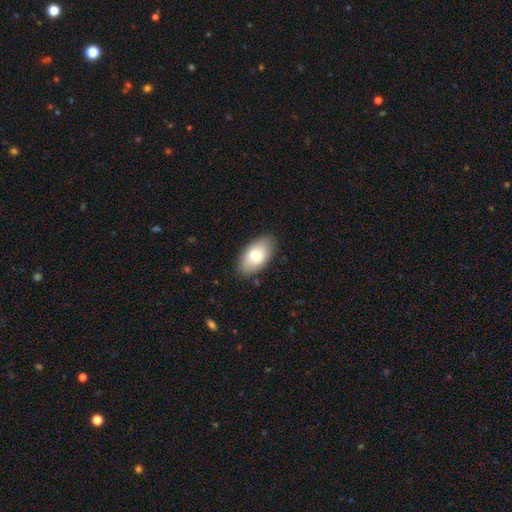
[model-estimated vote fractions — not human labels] smooth 80%, featured or disk 14%, star or artifact 6%. Down the decision tree: how rounded — in between (95%); merging — none (84%).